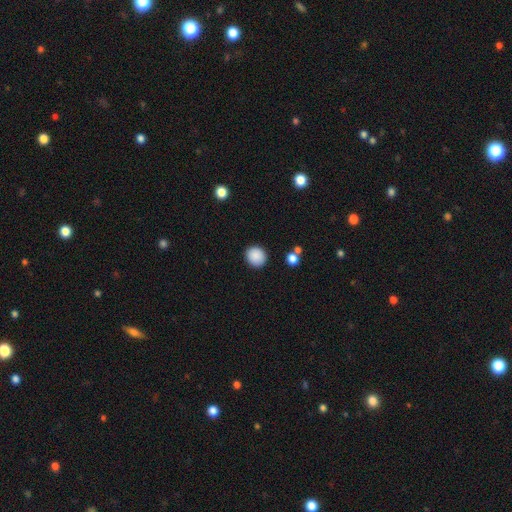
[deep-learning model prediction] Morphology: type=smooth (88%); roundness=round (87%); merging=none (88%).